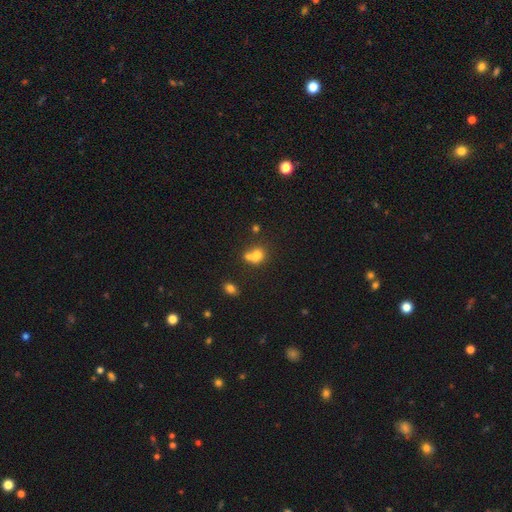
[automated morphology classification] type=smooth (71%); roundness=round (60%); merging=merger (56%).